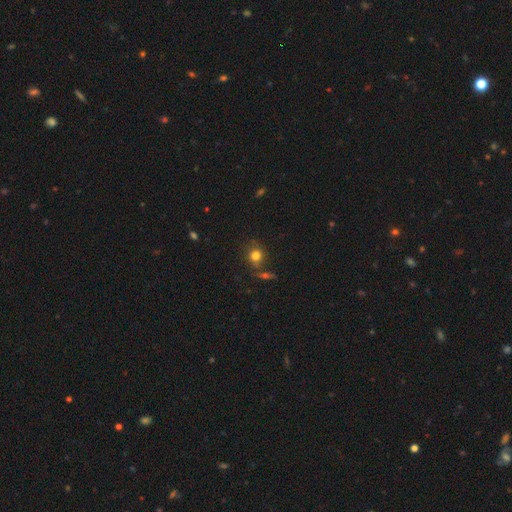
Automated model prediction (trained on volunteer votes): This appears to be a smooth galaxy with no disk features (78%) that is round (82%). Merging: none (70%).